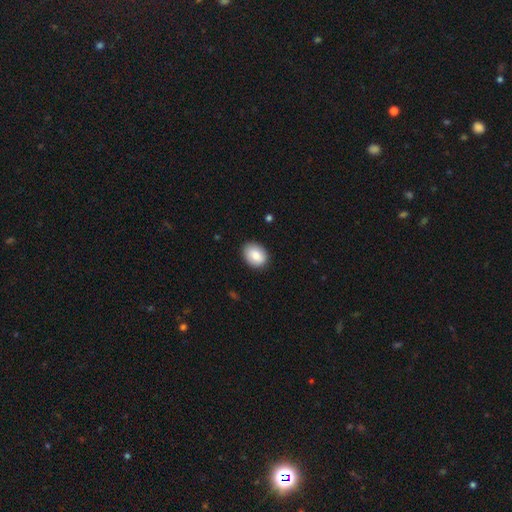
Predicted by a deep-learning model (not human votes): smooth 85%, featured or disk 8%, star or artifact 7%. Down the decision tree: how rounded — in between (64%); merging — none (87%).